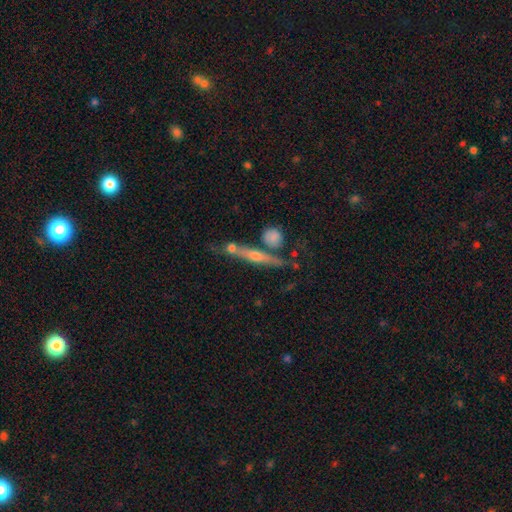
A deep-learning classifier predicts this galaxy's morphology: This appears to be a featured or disk galaxy (69%) viewed edge-on (89%) with a rounded central bulge (81%). Merging: none (60%).